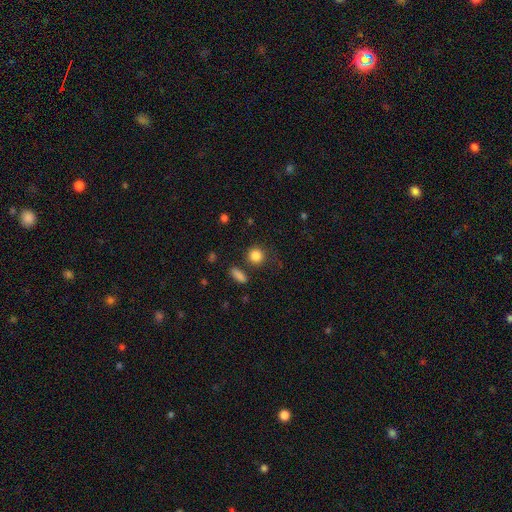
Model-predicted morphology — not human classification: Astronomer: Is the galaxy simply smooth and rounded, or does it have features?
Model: smooth — 85%.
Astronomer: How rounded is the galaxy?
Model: round — 88%.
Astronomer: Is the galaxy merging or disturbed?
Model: none — 79%.